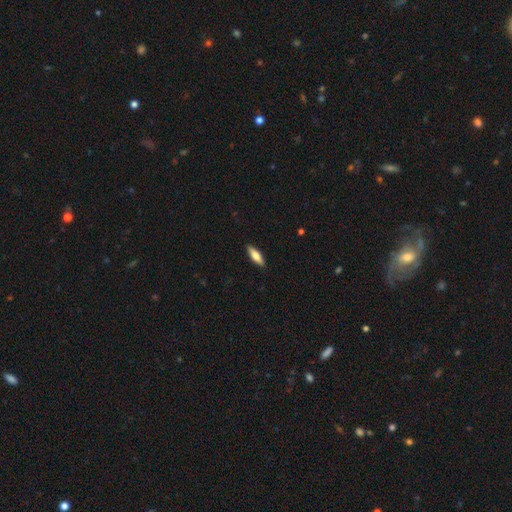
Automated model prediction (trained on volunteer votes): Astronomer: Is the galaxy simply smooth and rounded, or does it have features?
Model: smooth — 72%.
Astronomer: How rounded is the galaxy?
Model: in between — 50% (runner-up: cigar-shaped, 48%).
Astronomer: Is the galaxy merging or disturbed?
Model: none — 90%.